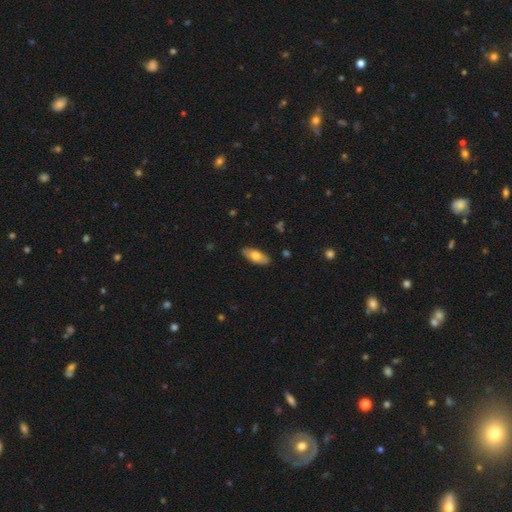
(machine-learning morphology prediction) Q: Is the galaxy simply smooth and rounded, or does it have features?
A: smooth — 70%.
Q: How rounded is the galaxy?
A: in between — 86%.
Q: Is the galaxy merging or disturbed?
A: none — 87%.